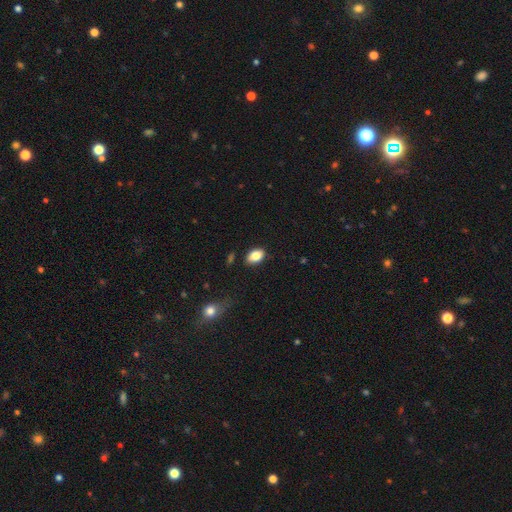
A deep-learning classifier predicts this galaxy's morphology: smooth 84%, featured or disk 8%, star or artifact 8%. Down the decision tree: how rounded — in between (87%); merging — none (84%).